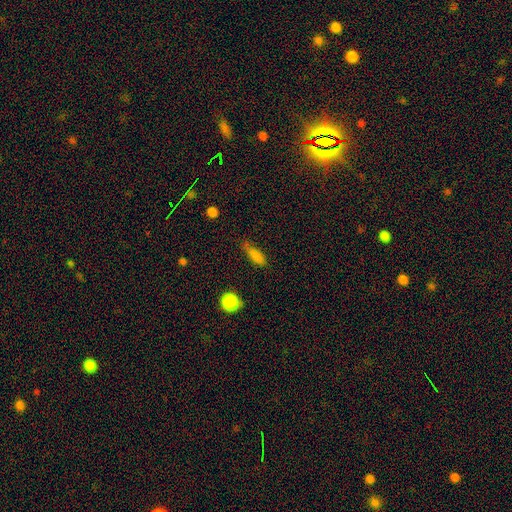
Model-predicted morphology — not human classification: A smooth galaxy with no disk features (80%) that is cigar-shaped (51%).

Vote fractions:
- Smooth or featured? smooth: 80% / star or artifact: 11% / featured or disk: 9%
- How rounded? cigar-shaped: 51% / in between: 45% / round: 4%
- Merging? none: 62% / minor disturbance: 28% / major disturbance: 7% / merger: 3%